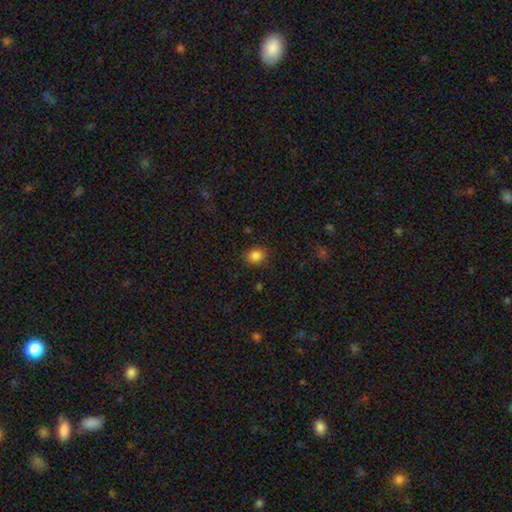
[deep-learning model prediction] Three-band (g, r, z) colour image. It shows a smooth galaxy with no disk features (86%) that is round (60%). Merging: none (85%).